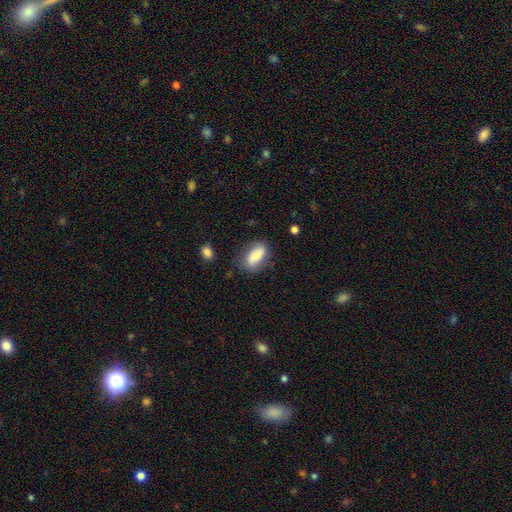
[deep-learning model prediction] This is likely a smooth galaxy (74%). How rounded: clearly in between (87%). Merging: likely none (71%).